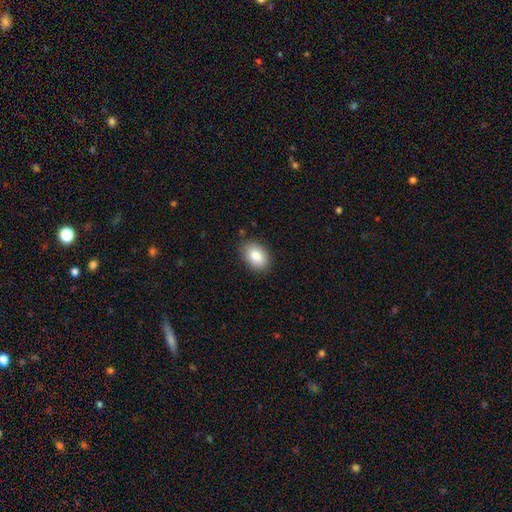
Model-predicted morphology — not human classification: Smooth or featured?
  - smooth: 85% *
  - featured or disk: 8%
  - star or artifact: 7%
How rounded?
  - in between: 88% *
  - round: 11%
  - cigar-shaped: 1%
Merging?
  - none: 85% *
  - minor disturbance: 11%
  - major disturbance: 2%
  - merger: 1%